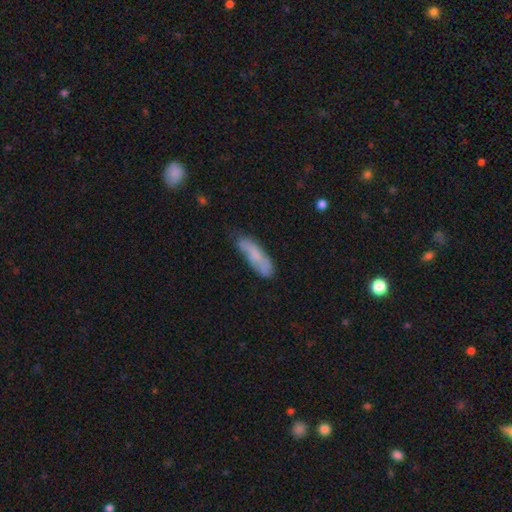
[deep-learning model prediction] The model was most divided on "how rounded": cigar-shaped: 61%, in between: 37%, round: 2%. More confident: smooth or featured — smooth (70%); merging — none (57%).